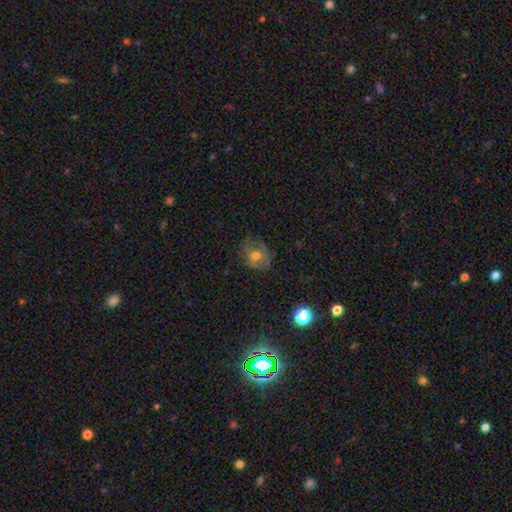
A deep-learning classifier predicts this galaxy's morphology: type=smooth (53%); roundness=round (58%); merging=none (64%).